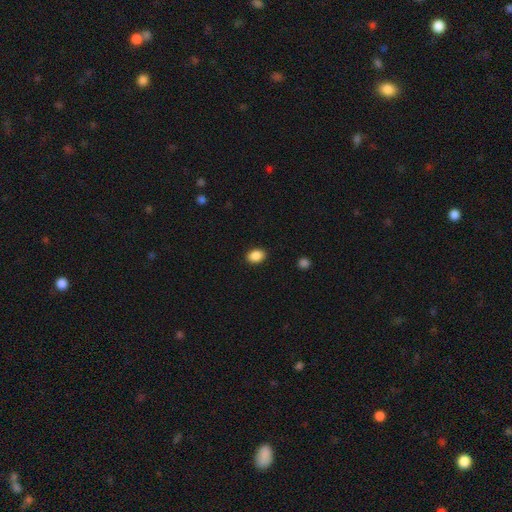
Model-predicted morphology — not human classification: smooth_or_featured: smooth (p=0.88) [alt: star or artifact p=0.08]
how_rounded: in between (p=0.75) [alt: round p=0.24]
merging: none (p=0.89) [alt: minor disturbance p=0.08]